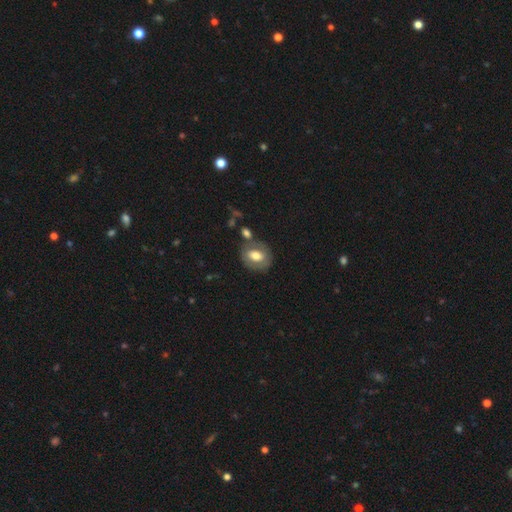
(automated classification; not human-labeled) Smooth or featured? smooth (61%)
How rounded? in between (58%)
Merging? none (68%)